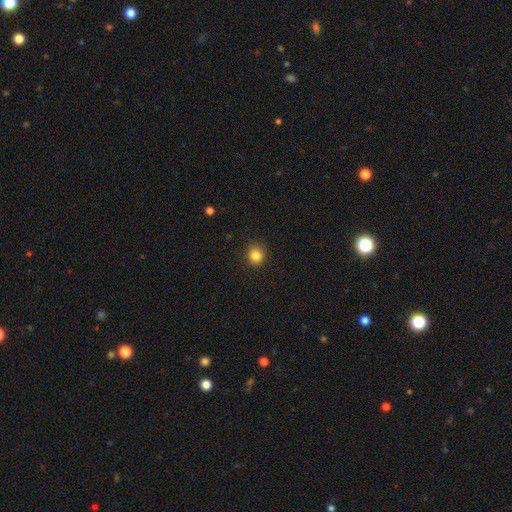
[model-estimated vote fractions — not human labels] smooth_or_featured: smooth (p=0.84) [alt: star or artifact p=0.12]
how_rounded: round (p=0.91) [alt: in between p=0.08]
merging: none (p=0.89) [alt: minor disturbance p=0.07]